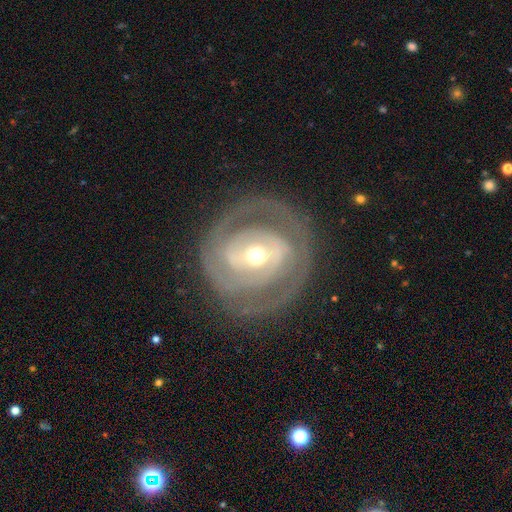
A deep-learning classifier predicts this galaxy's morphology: Smooth or featured? featured or disk (81%)
Edge-on disk? no (96%)
Bar? no (40%)
Spiral arms? yes (77%)
Spiral winding? tight (66%)
Spiral arm count? 2 (54%)
Bulge size? moderate (60%)
Merging? none (77%)